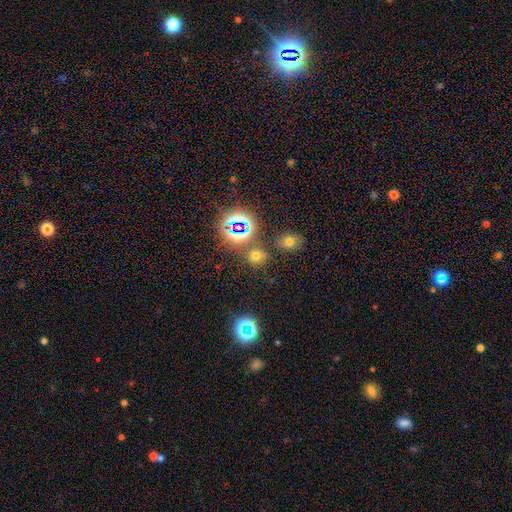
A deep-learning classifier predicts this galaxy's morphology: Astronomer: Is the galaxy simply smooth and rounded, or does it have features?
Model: smooth — 53% (runner-up: star or artifact, 40%).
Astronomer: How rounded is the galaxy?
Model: round — 83%.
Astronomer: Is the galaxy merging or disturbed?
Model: none — 76%.